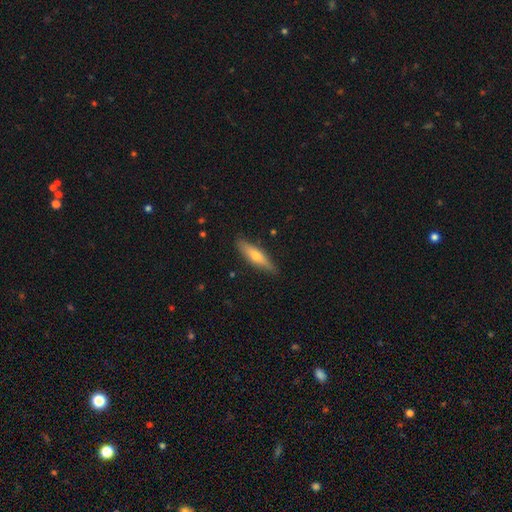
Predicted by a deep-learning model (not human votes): smooth_or_featured: smooth (p=0.53) [alt: featured or disk p=0.41]
how_rounded: cigar-shaped (p=0.72) [alt: in between p=0.26]
merging: none (p=0.87) [alt: minor disturbance p=0.10]